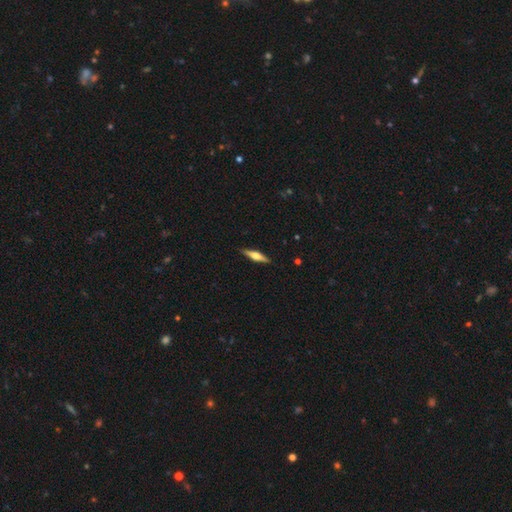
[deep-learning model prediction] Smooth or featured? featured or disk (62%)
Edge-on disk? yes (97%)
Edge-on bulge? rounded (91%)
Merging? none (91%)